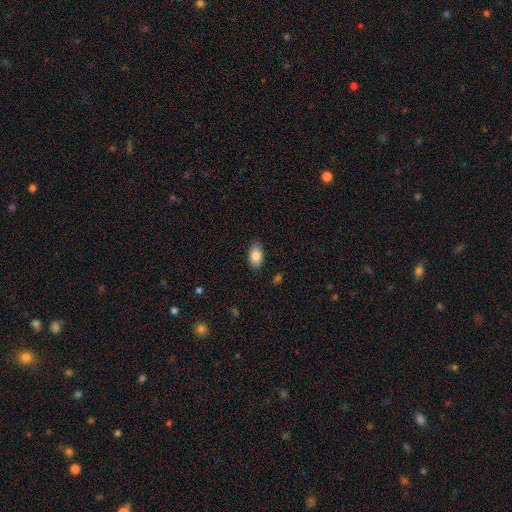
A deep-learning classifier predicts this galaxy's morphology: A smooth galaxy with no disk features (84%) that is in between round and cigar-shaped (92%). Merging: none (87%).